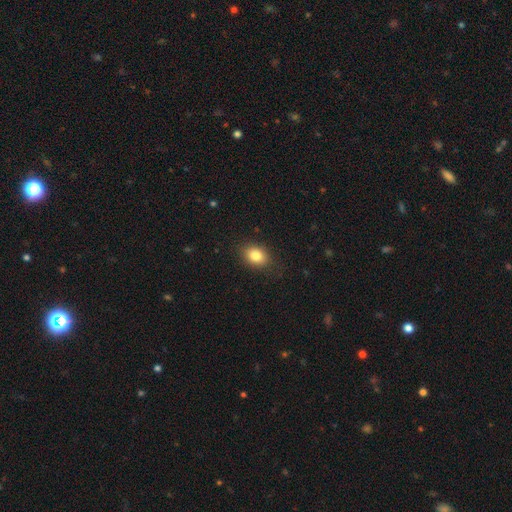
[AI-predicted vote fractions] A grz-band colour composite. It shows a smooth galaxy with no disk features (83%) that is in between round and cigar-shaped (70%). Merging: none (83%).